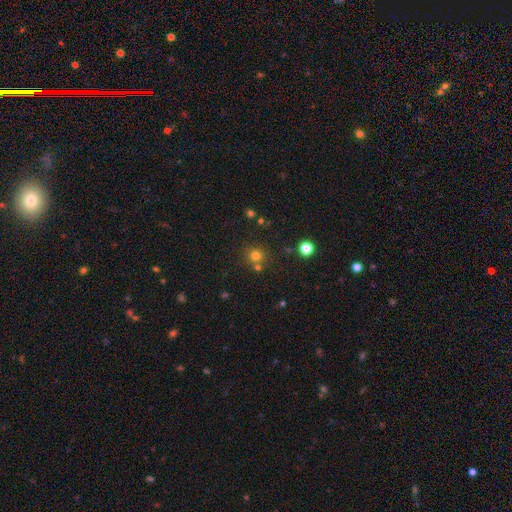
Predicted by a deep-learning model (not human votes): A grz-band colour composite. It shows a smooth galaxy with no disk features (74%) that is round (91%). Merging: none (74%).